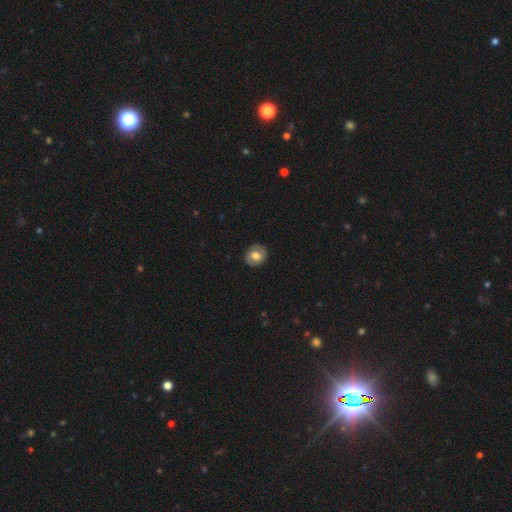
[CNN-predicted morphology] smooth_or_featured: smooth (p=0.55) [alt: featured or disk p=0.38]
how_rounded: round (p=0.73) [alt: in between p=0.26]
merging: none (p=0.86) [alt: minor disturbance p=0.11]